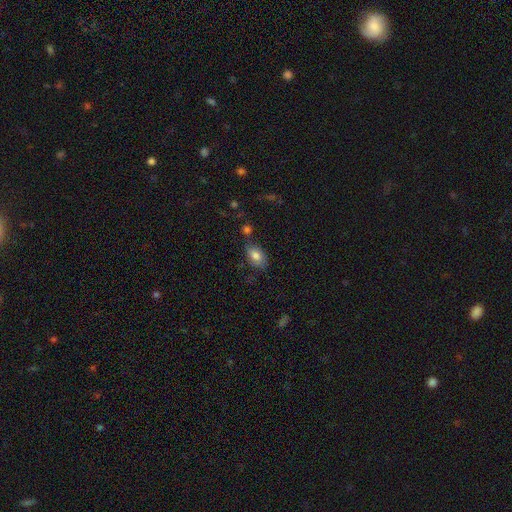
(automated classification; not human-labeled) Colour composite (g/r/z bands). It shows a smooth galaxy with no disk features (80%) that is in between round and cigar-shaped (88%). Merging: none (67%).